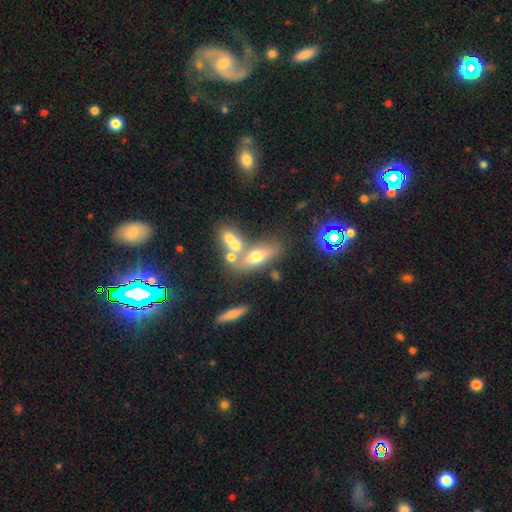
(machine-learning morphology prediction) smooth 53%, featured or disk 34%, star or artifact 13%. Down the decision tree: how rounded — in between (61%); merging — none (42%).